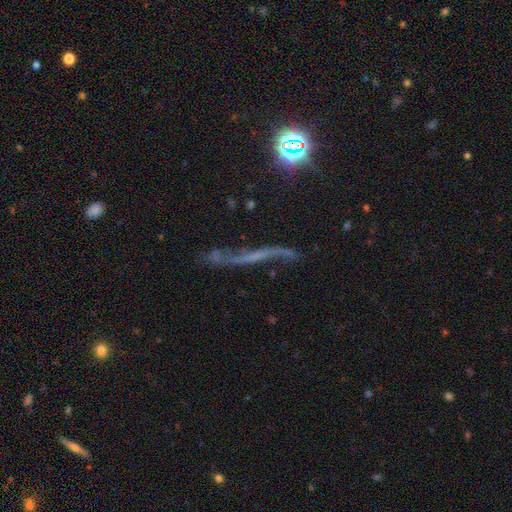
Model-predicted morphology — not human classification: This appears to be a featured or disk galaxy (61%). Merging: none (55%).